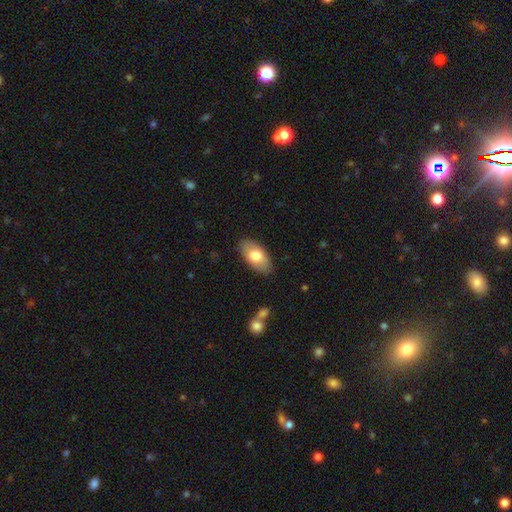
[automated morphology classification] type=smooth (76%); roundness=in between (93%); merging=none (85%).